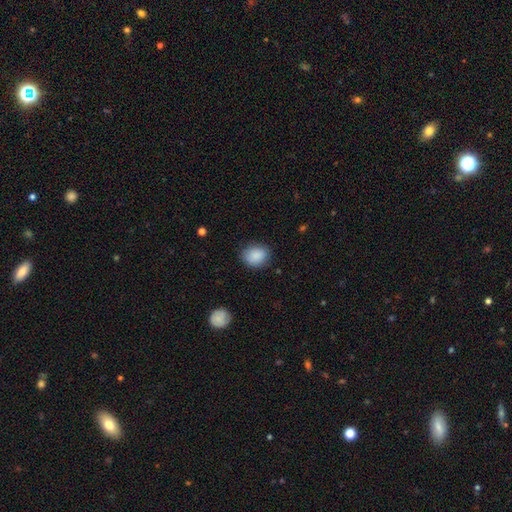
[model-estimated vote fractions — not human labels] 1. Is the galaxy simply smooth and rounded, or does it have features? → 88% smooth, 8% star or artifact, 4% featured or disk.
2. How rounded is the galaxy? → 57% round, 42% in between, 1% cigar-shaped.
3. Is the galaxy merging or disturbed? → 82% none, 13% minor disturbance, 3% major disturbance, 1% merger.